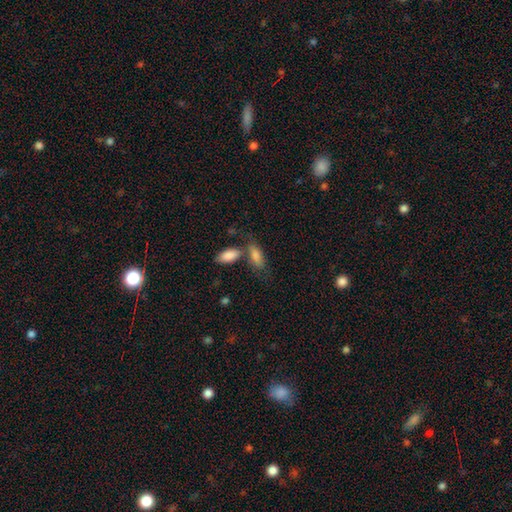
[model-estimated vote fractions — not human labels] Smooth or featured? smooth (82%)
How rounded? in between (82%)
Merging? none (44%)